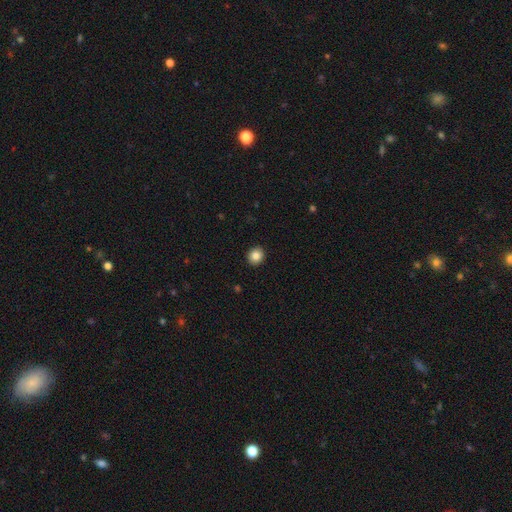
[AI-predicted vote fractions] Morphology: type=smooth (86%); roundness=round (85%); merging=none (92%).